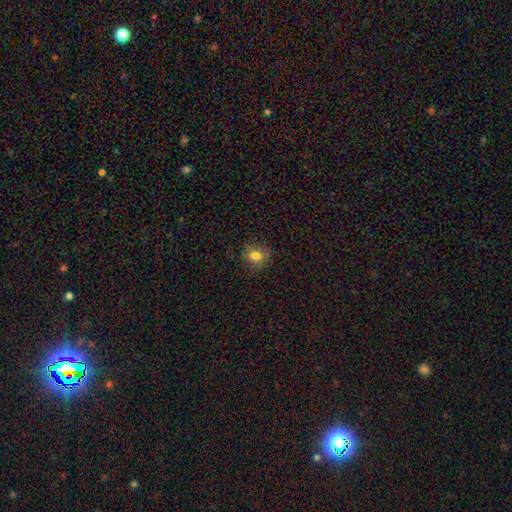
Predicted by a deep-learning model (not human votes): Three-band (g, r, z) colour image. It shows a smooth galaxy with no disk features (78%) that is round (76%). Merging: none (83%).